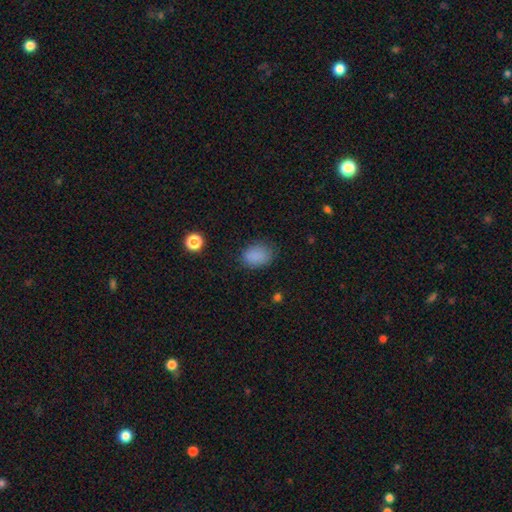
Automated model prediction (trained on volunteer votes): Morphology: type=smooth (85%); roundness=in between (70%); merging=none (76%).